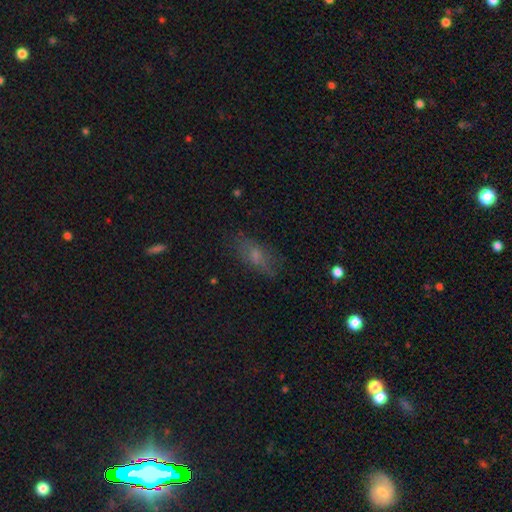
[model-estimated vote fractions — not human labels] Q: Smooth or featured?
A: smooth (60%); runner-up: featured or disk (27%)
Q: How rounded?
A: in between (72%); runner-up: cigar-shaped (22%)
Q: Merging?
A: none (73%); runner-up: minor disturbance (18%)